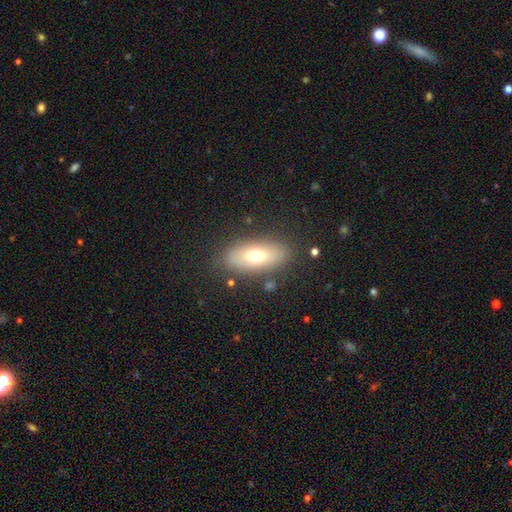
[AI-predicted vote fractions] Smooth or featured? smooth (64%)
How rounded? in between (83%)
Merging? none (81%)